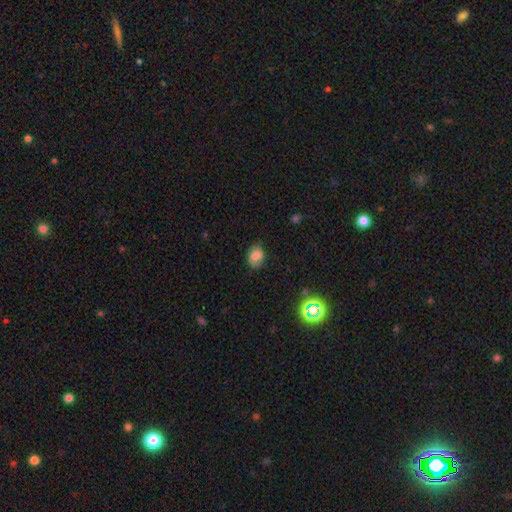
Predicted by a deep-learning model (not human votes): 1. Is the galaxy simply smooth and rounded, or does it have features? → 72% smooth, 16% featured or disk, 12% star or artifact.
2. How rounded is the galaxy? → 69% in between, 30% round, 1% cigar-shaped.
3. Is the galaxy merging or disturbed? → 76% none, 18% minor disturbance, 4% major disturbance, 1% merger.